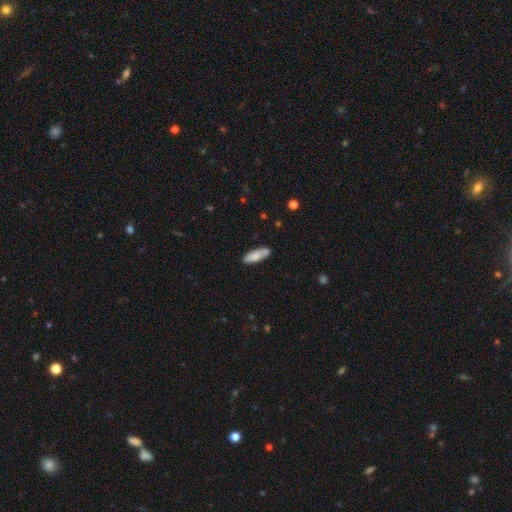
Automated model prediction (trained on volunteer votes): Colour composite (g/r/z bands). It shows a smooth galaxy with no disk features (77%) that is in between round and cigar-shaped (56%). Merging: none (76%).